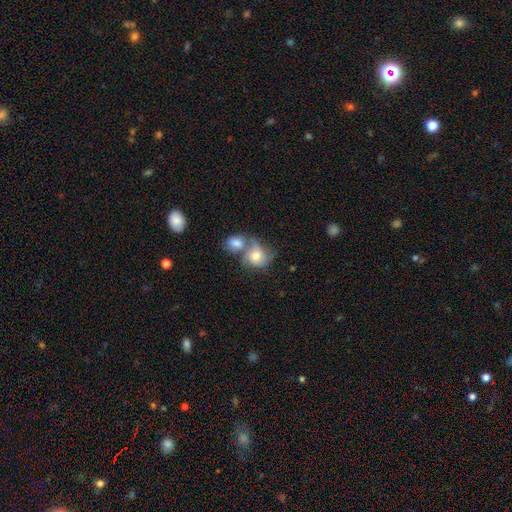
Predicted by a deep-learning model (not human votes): The model was most divided on "how rounded": round: 53%, in between: 46%, cigar-shaped: 1%. More confident: merging — merger (60%); smooth or featured — smooth (56%).